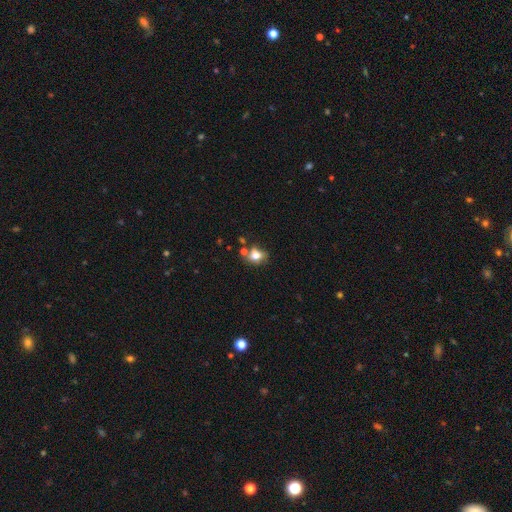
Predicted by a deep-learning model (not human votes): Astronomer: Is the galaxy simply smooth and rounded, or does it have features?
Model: smooth — 74%.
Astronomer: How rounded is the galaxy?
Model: in between — 56% (runner-up: round, 43%).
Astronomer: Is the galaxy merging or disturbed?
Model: none — 48%.